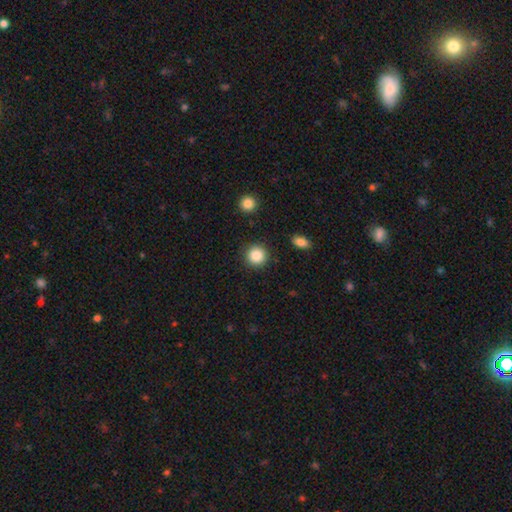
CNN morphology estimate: Smooth or featured?
  - smooth: 86% *
  - star or artifact: 9%
  - featured or disk: 4%
How rounded?
  - round: 93% *
  - in between: 6%
  - cigar-shaped: 1%
Merging?
  - none: 89% *
  - minor disturbance: 6%
  - major disturbance: 3%
  - merger: 2%